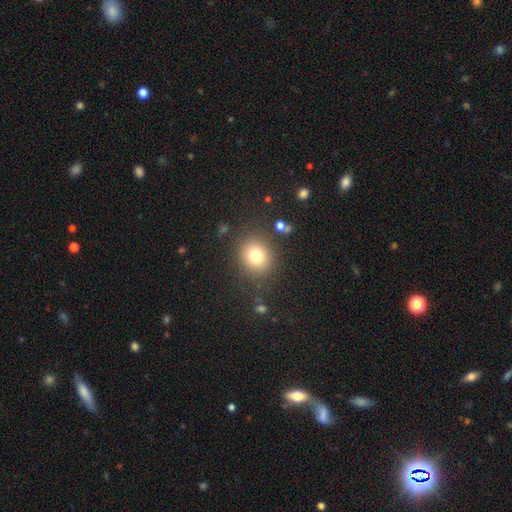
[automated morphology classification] This is likely a smooth galaxy (77%). How rounded: clearly round (82%). Merging: clearly none (85%).